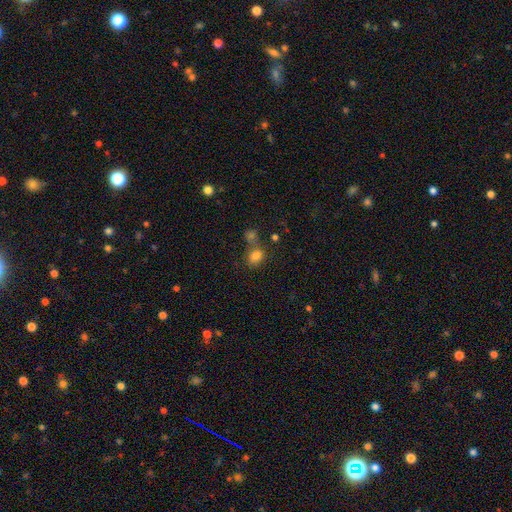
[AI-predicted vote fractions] Smooth or featured?
  - smooth: 80% *
  - star or artifact: 13%
  - featured or disk: 7%
How rounded?
  - in between: 61% *
  - round: 38%
  - cigar-shaped: 1%
Merging?
  - none: 52% *
  - merger: 30%
  - minor disturbance: 13%
  - major disturbance: 5%